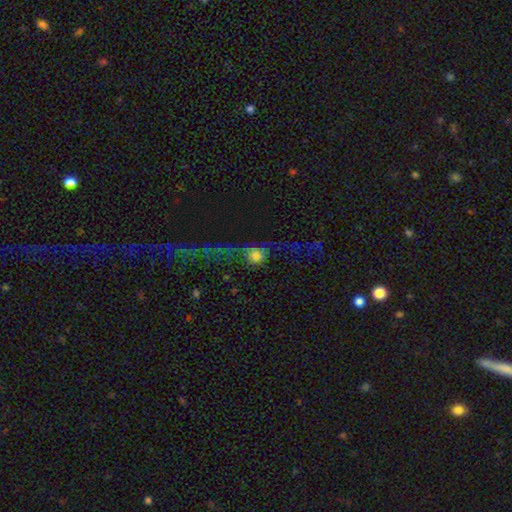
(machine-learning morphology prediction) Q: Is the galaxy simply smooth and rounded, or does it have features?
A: smooth — 42%.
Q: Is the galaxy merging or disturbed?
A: none — 41%.